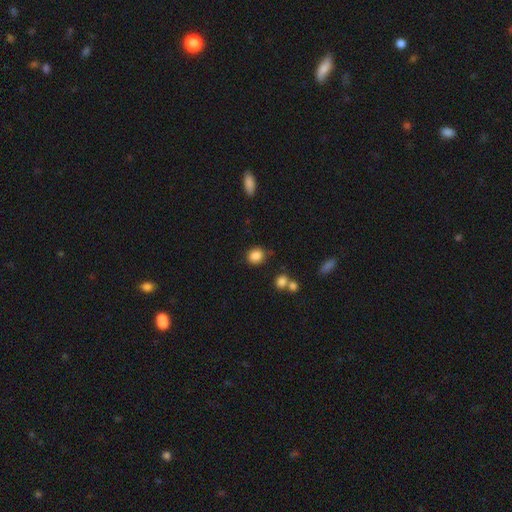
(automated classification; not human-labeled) smooth_or_featured: smooth (p=0.86) [alt: star or artifact p=0.10]
how_rounded: round (p=0.75) [alt: in between p=0.23]
merging: none (p=0.81) [alt: minor disturbance p=0.11]